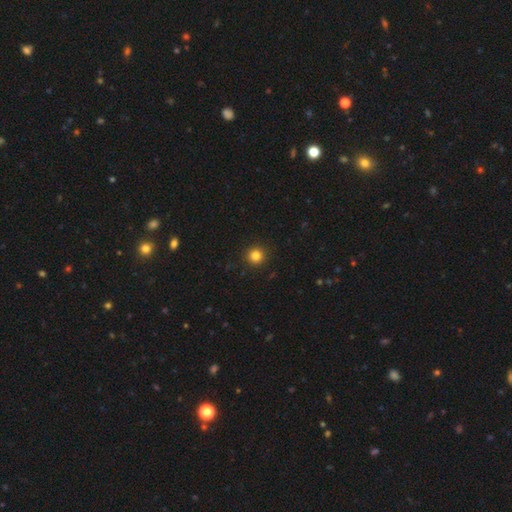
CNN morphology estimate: Q: Smooth or featured?
A: smooth (83%); runner-up: star or artifact (12%)
Q: How rounded?
A: round (95%); runner-up: in between (4%)
Q: Merging?
A: none (93%); runner-up: minor disturbance (5%)